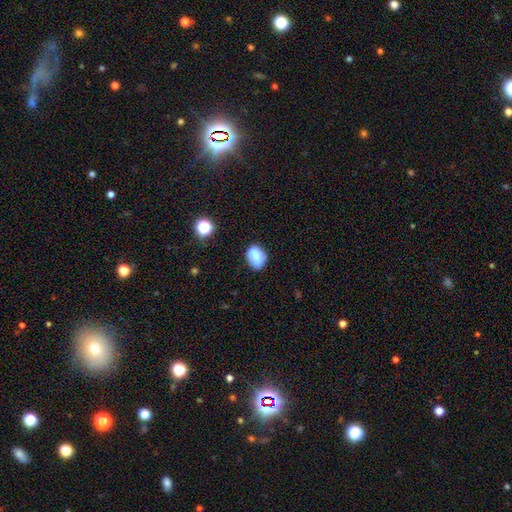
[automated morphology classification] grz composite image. It shows a smooth galaxy with no disk features (76%) that is in between round and cigar-shaped (69%). Merging: none (67%).